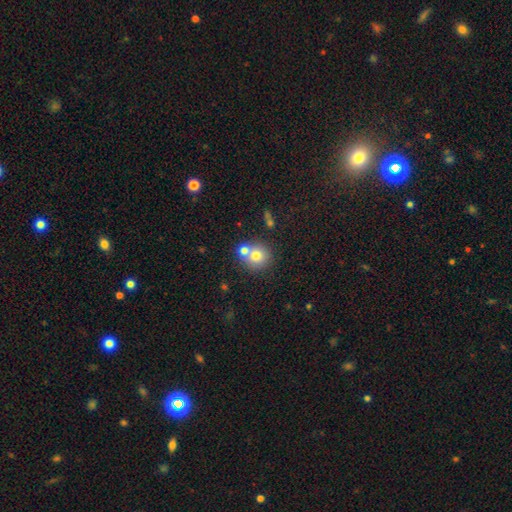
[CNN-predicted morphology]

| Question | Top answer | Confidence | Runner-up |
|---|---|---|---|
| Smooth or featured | smooth | 74% | featured or disk (15%) |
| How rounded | round | 89% | in between (10%) |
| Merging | none | 55% | merger (35%) |